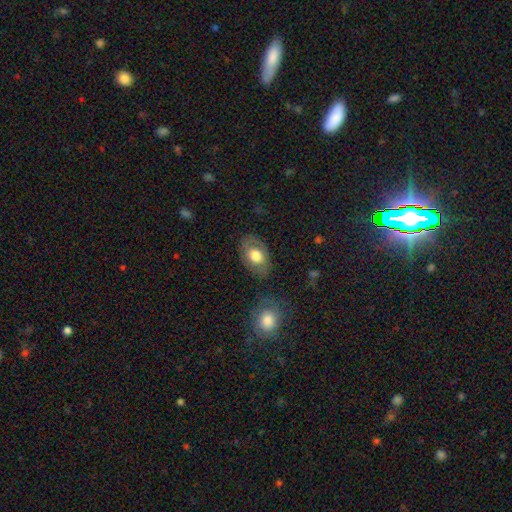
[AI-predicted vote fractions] This appears to be a smooth galaxy with no disk features (63%) that is in between round and cigar-shaped (86%). Merging: none (77%).